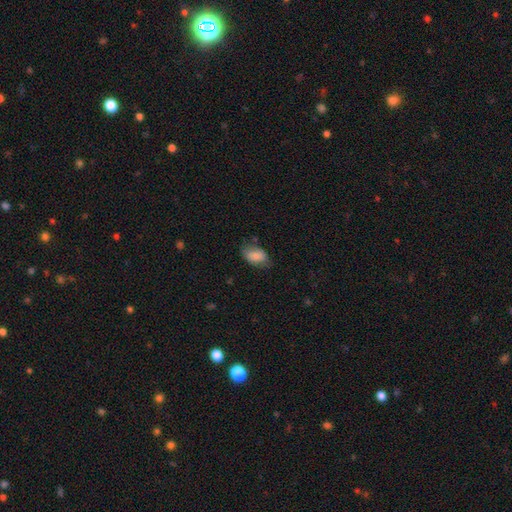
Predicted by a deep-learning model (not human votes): Smooth or featured?
  - smooth: 79% *
  - featured or disk: 14%
  - star or artifact: 7%
How rounded?
  - in between: 90% *
  - round: 8%
  - cigar-shaped: 2%
Merging?
  - none: 63% *
  - minor disturbance: 27%
  - major disturbance: 7%
  - merger: 2%